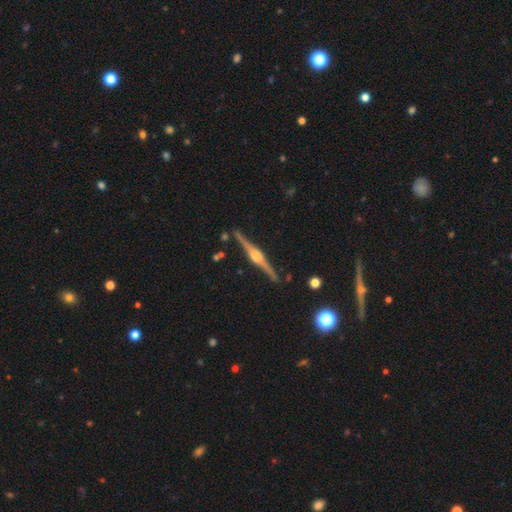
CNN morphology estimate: Smooth or featured: featured or disk — 89% (smooth — 6%)
Edge-on disk: yes — 99% (no — 1%)
Edge-on bulge: rounded — 90% (boxy — 8%)
Merging: none — 89% (minor disturbance — 7%)